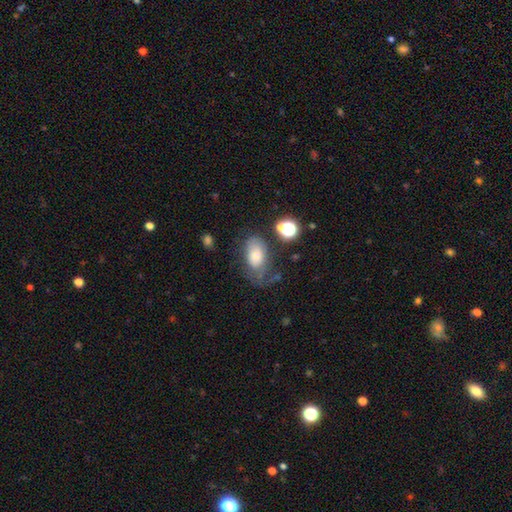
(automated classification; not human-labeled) Overall: smooth (65%). How rounded: in between (89%). Merging: none (37%; minor disturbance 29%).